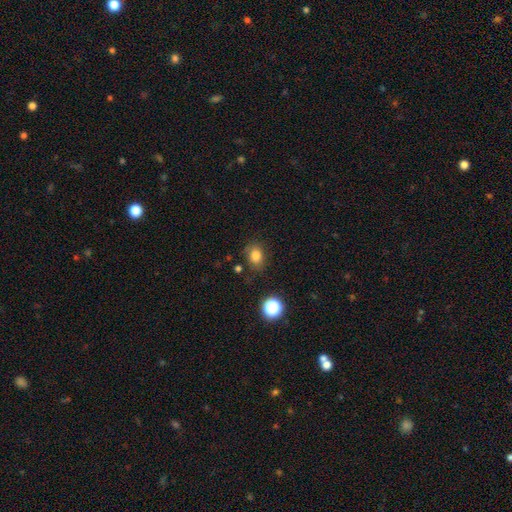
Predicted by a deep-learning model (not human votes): This appears to be a smooth galaxy with no disk features (80%) that is in between round and cigar-shaped (51%). Merging: none (75%).